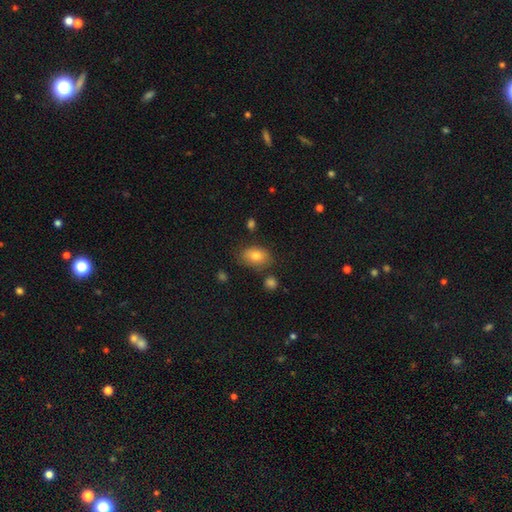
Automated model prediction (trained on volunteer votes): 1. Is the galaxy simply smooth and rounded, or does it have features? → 80% smooth, 12% featured or disk, 9% star or artifact.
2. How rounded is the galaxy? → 81% in between, 18% round, 1% cigar-shaped.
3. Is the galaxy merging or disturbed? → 73% none, 18% minor disturbance, 4% merger, 4% major disturbance.